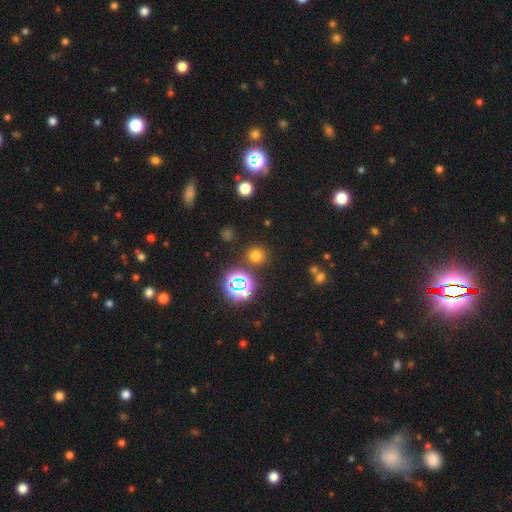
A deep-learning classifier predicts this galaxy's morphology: smooth 66%, star or artifact 28%, featured or disk 6%. Down the decision tree: how rounded — round (89%); merging — none (86%).